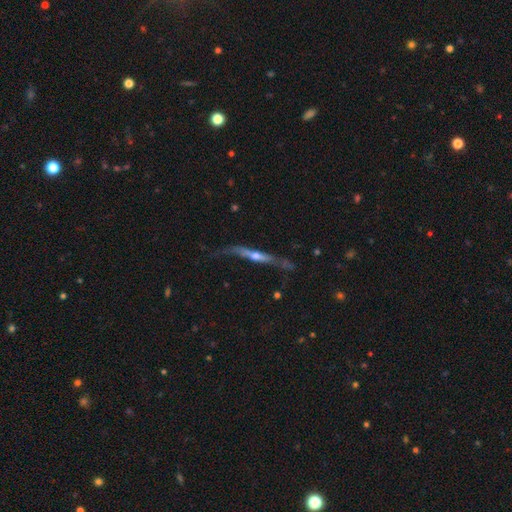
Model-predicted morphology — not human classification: This is likely a featured or disk galaxy (69%). It is clearly viewed edge-on (87%). Edge-on bulge: likely rounded (72%). Merging: possibly none (50%).